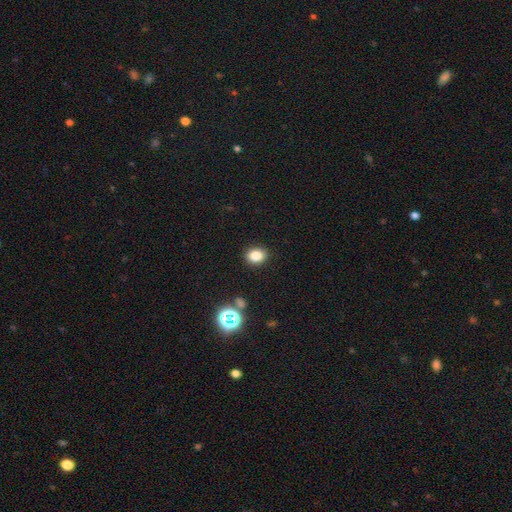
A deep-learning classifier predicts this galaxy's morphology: Smooth or featured? Predicted: smooth (p=0.83). How rounded? Predicted: in between (p=0.55). Merging? Predicted: none (p=0.87).